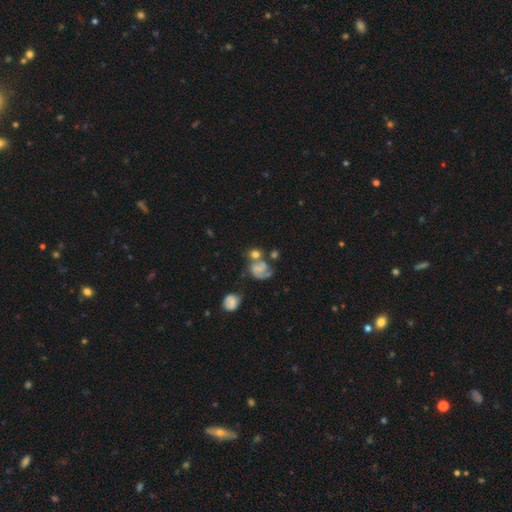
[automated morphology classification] featured or disk 46%, smooth 32%, star or artifact 22%. Down the decision tree: merging — none (40%).